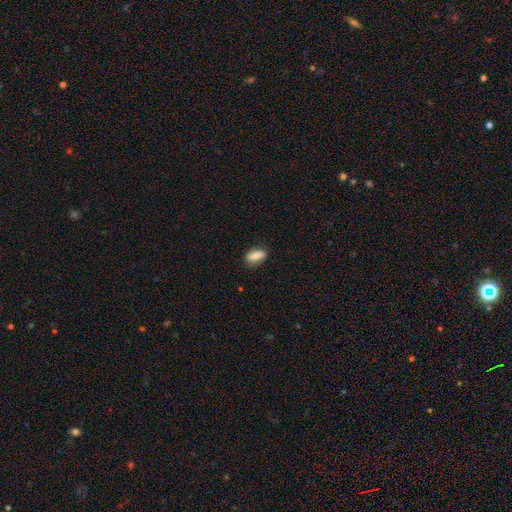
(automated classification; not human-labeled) The model was most divided on "how rounded": in between: 79%, cigar-shaped: 16%, round: 4%. More confident: merging — none (82%); smooth or featured — smooth (79%).